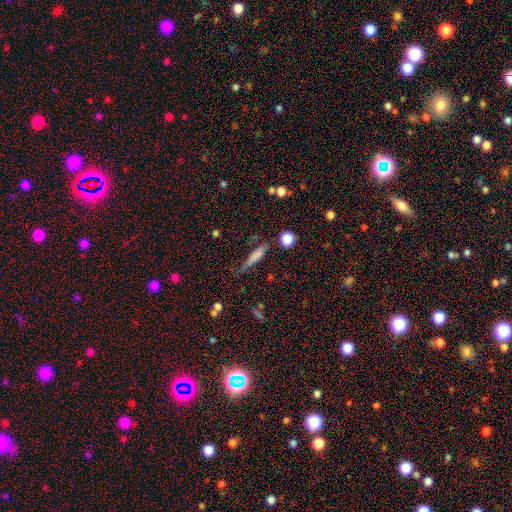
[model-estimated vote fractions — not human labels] smooth 69%, featured or disk 21%, star or artifact 11%. Down the decision tree: how rounded — cigar-shaped (78%); merging — none (59%).